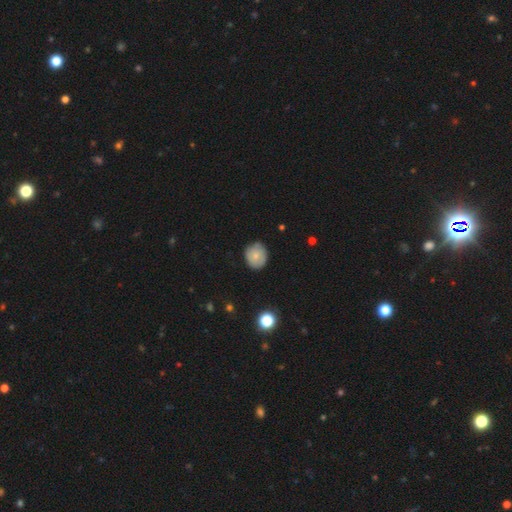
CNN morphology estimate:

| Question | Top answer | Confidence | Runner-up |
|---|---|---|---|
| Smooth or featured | smooth | 71% | featured or disk (21%) |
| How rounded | round | 74% | in between (25%) |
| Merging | none | 77% | minor disturbance (19%) |